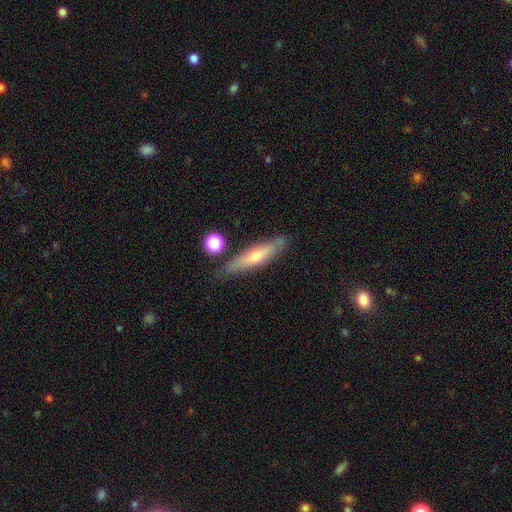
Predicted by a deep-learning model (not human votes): This appears to be a smooth galaxy with no disk features (49%). Merging: none (79%).